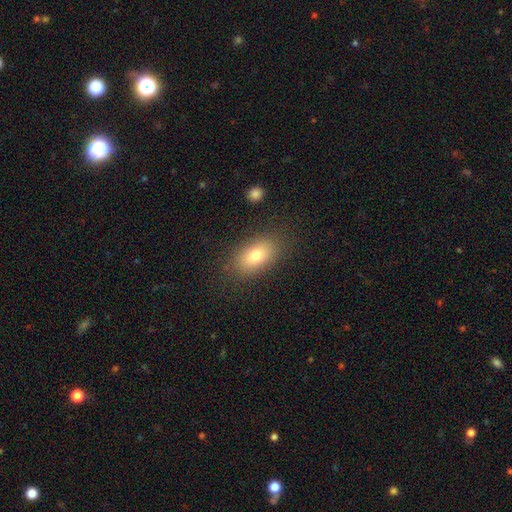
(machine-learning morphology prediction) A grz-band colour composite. It shows a smooth galaxy with no disk features (75%) that is in between round and cigar-shaped (87%). Merging: none (84%).